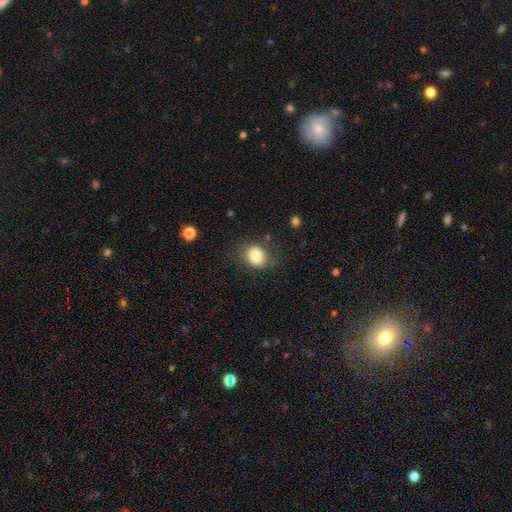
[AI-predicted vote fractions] smooth 82%, star or artifact 10%, featured or disk 8%. Down the decision tree: how rounded — round (60%); merging — none (74%).